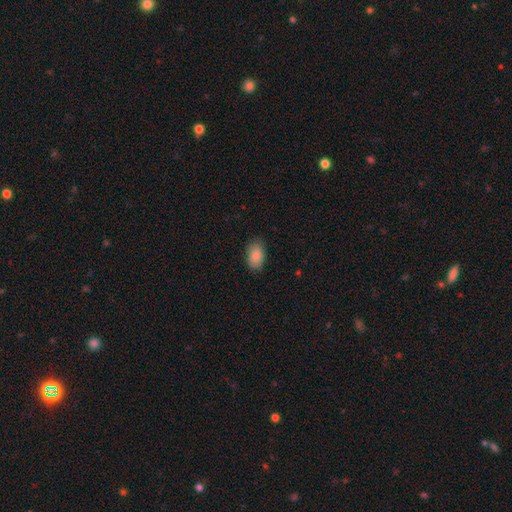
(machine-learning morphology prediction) A smooth galaxy with no disk features (89%) that is in between round and cigar-shaped (90%).

Vote fractions:
- Smooth or featured? smooth: 89% / star or artifact: 7% / featured or disk: 4%
- How rounded? in between: 90% / round: 8% / cigar-shaped: 1%
- Merging? none: 83% / minor disturbance: 13% / major disturbance: 3% / merger: 1%